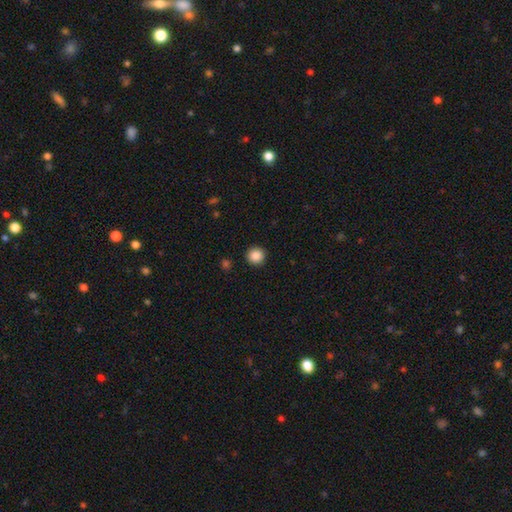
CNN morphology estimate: smooth_or_featured: smooth (p=0.88) [alt: star or artifact p=0.10]
how_rounded: round (p=0.95) [alt: in between p=0.04]
merging: none (p=0.93) [alt: minor disturbance p=0.04]